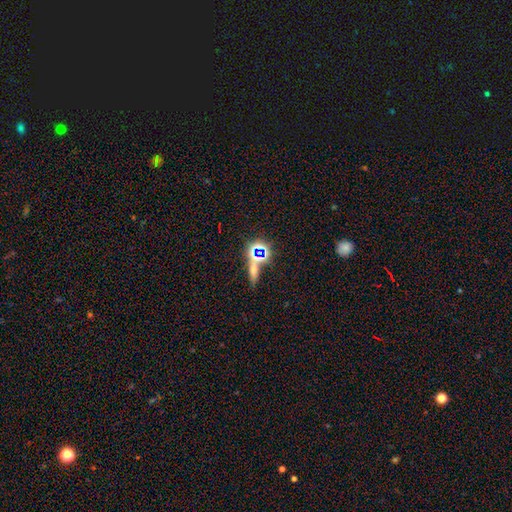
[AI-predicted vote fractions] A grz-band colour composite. It shows a star or artifact, not a galaxy (56%).